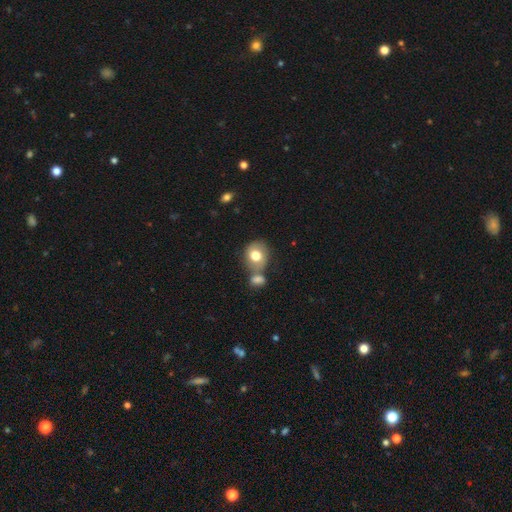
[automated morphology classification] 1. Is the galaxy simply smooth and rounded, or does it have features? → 74% smooth, 19% featured or disk, 8% star or artifact.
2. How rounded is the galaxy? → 68% round, 31% in between, 1% cigar-shaped.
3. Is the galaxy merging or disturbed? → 48% none, 32% merger, 14% minor disturbance, 6% major disturbance.